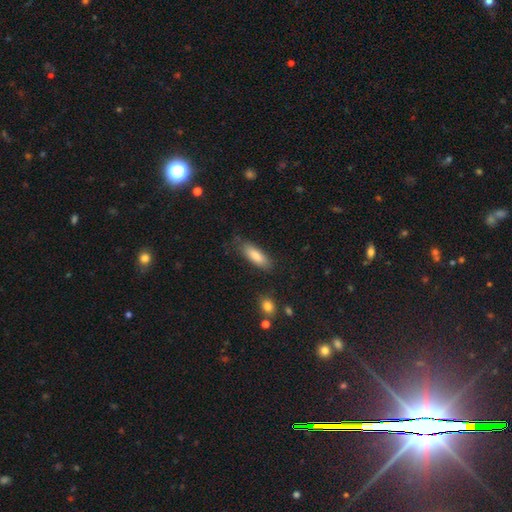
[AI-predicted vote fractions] smooth_or_featured: smooth (p=0.84) [alt: featured or disk p=0.10]
how_rounded: in between (p=0.61) [alt: cigar-shaped p=0.37]
merging: none (p=0.77) [alt: minor disturbance p=0.16]